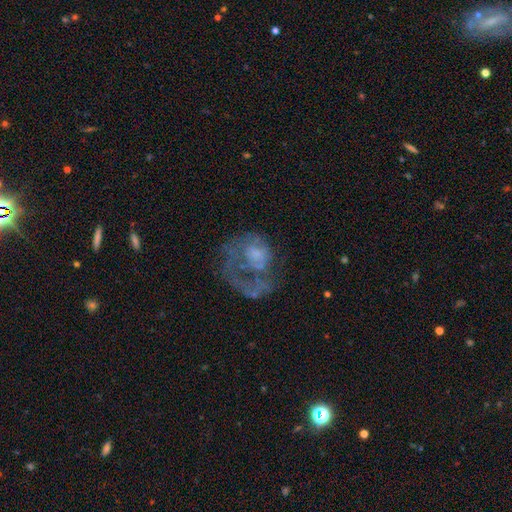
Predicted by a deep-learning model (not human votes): Overall: featured or disk (65%; smooth 25%). Edge-on disk: no (98%). Bar: no (83%). Spiral arms: yes (50%, tied with no). Bulge size: none (33%; moderate 30%). Merging: major disturbance (51%; none 28%).